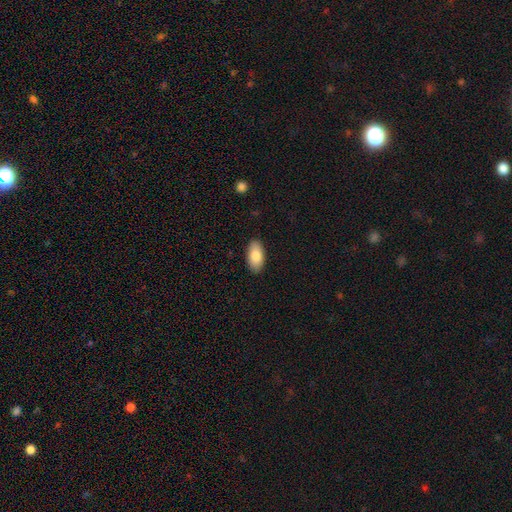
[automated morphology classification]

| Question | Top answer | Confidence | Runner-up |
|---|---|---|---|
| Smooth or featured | smooth | 84% | featured or disk (9%) |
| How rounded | in between | 93% | cigar-shaped (4%) |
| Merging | none | 89% | minor disturbance (8%) |